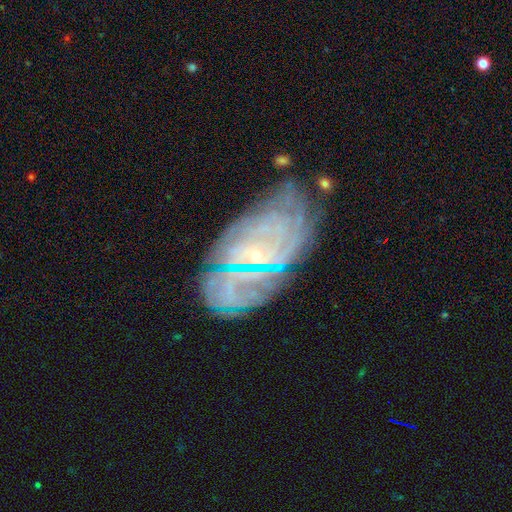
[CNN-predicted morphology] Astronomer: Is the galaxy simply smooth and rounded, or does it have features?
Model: featured or disk — 76%.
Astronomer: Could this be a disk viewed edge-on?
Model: no — 95%.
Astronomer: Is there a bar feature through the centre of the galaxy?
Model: no — 44% (runner-up: weak, 41%).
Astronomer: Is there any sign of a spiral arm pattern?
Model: yes — 90%.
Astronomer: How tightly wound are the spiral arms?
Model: tight — 70%.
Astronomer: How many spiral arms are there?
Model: can't tell — 42%.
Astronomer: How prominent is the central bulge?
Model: small — 77%.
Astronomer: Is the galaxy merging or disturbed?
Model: none — 63%.